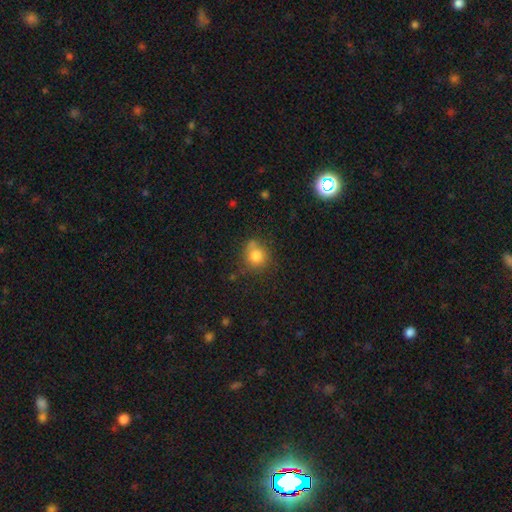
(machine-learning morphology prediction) The model was most divided on "merging": none: 63%, minor disturbance: 21%, merger: 9%, major disturbance: 6%. More confident: how rounded — round (84%); smooth or featured — smooth (81%).